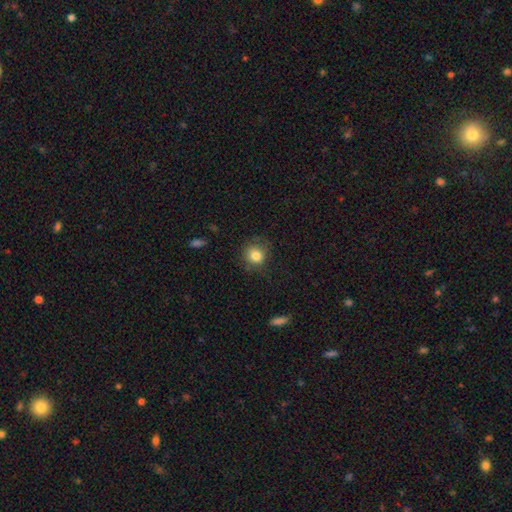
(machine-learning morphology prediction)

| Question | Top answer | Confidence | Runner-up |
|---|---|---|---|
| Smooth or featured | smooth | 83% | star or artifact (10%) |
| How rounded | round | 84% | in between (15%) |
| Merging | none | 76% | minor disturbance (17%) |